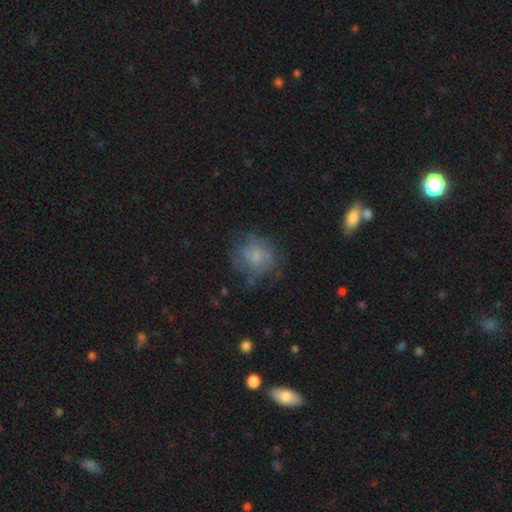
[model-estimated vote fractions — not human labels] Overall: featured or disk (46%; smooth 43%). Merging: none (58%; minor disturbance 23%).